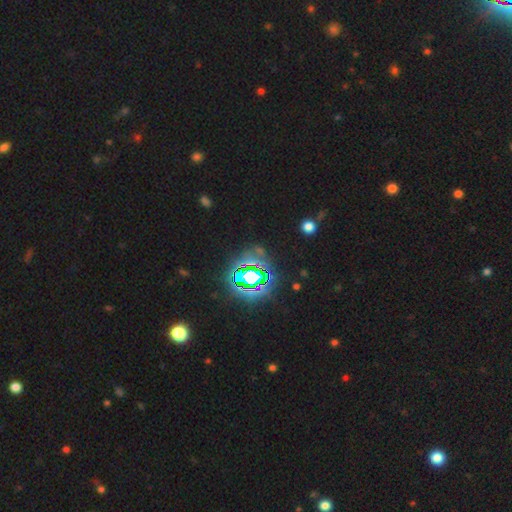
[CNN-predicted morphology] A star or artifact, not a galaxy (82%).

Vote fractions:
- Smooth or featured? star or artifact: 82% / smooth: 11% / featured or disk: 7%